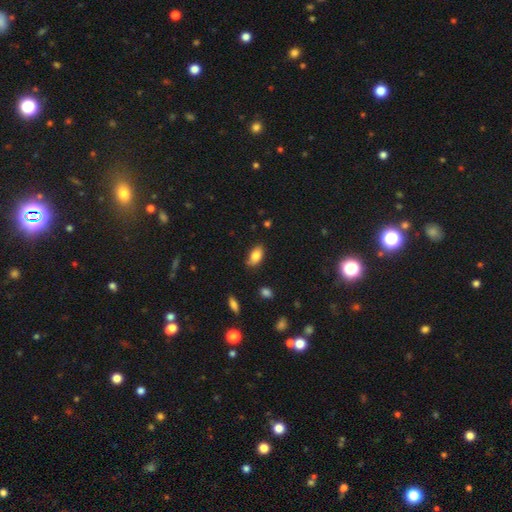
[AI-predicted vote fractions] smooth_or_featured: smooth (p=0.84) [alt: featured or disk p=0.09]
how_rounded: in between (p=0.91) [alt: round p=0.05]
merging: none (p=0.78) [alt: minor disturbance p=0.17]